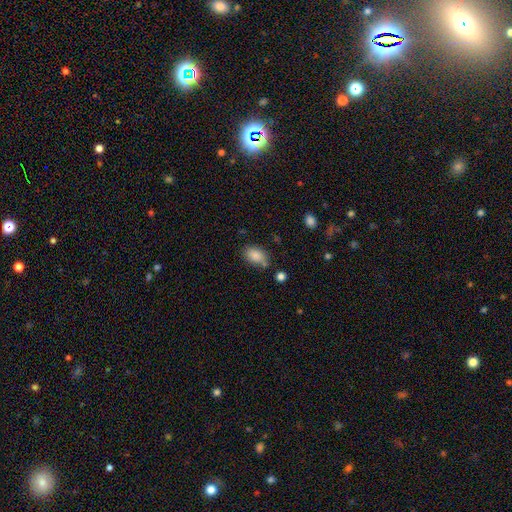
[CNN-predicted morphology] This appears to be a smooth galaxy with no disk features (86%) that is in between round and cigar-shaped (87%). Merging: none (68%).